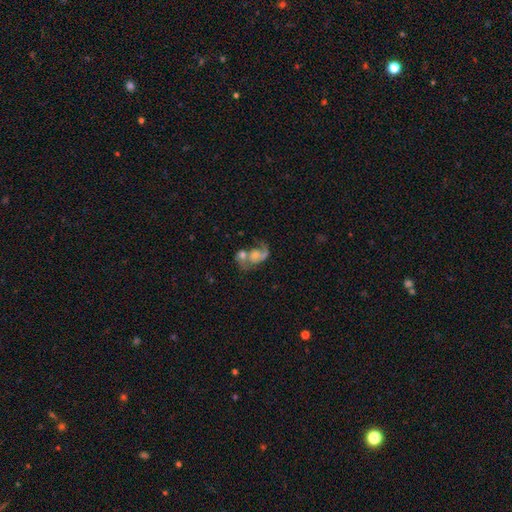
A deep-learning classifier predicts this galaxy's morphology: type=featured or disk (73%); edge-on=no (98%); bar=no (70%); spiral arms=yes (90%); winding=medium (43%); arm count=2 (63%); bulge=moderate (40%); merging=merger (57%).